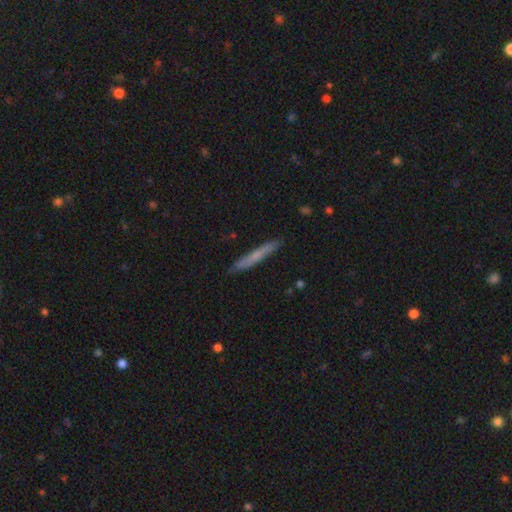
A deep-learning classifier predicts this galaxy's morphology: Q: Smooth or featured?
A: smooth (55%); runner-up: featured or disk (38%)
Q: How rounded?
A: cigar-shaped (96%); runner-up: in between (3%)
Q: Merging?
A: none (87%); runner-up: minor disturbance (10%)